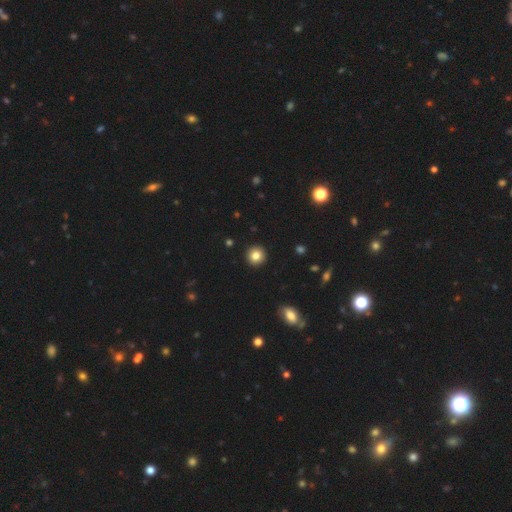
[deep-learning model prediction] Smooth or featured?
  - smooth: 83% *
  - star or artifact: 10%
  - featured or disk: 6%
How rounded?
  - round: 94% *
  - in between: 5%
  - cigar-shaped: 1%
Merging?
  - none: 93% *
  - minor disturbance: 4%
  - major disturbance: 1%
  - merger: 1%